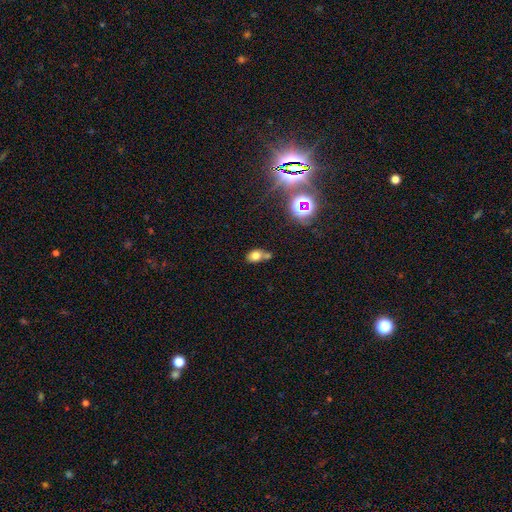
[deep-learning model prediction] smooth-or-featured: smooth: 71% | star or artifact: 16% | featured or disk: 13%
  how-rounded: in between: 71% | round: 27% | cigar-shaped: 2%
  merging: none: 46% | merger: 32% | minor disturbance: 17% | major disturbance: 5%